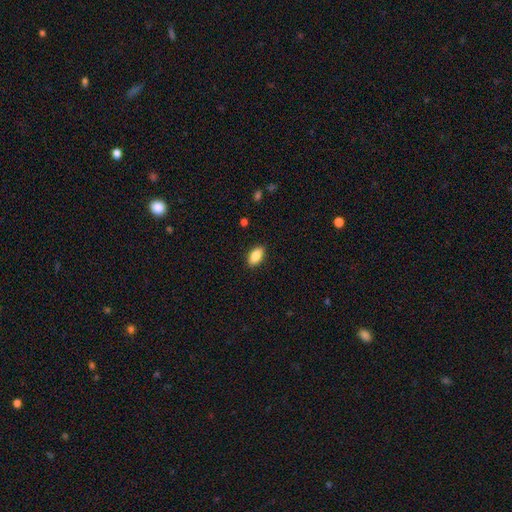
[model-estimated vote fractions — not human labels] smooth-or-featured: smooth: 86% | featured or disk: 7% | star or artifact: 7%
  how-rounded: in between: 91% | cigar-shaped: 6% | round: 4%
  merging: none: 88% | minor disturbance: 9% | major disturbance: 2% | merger: 1%